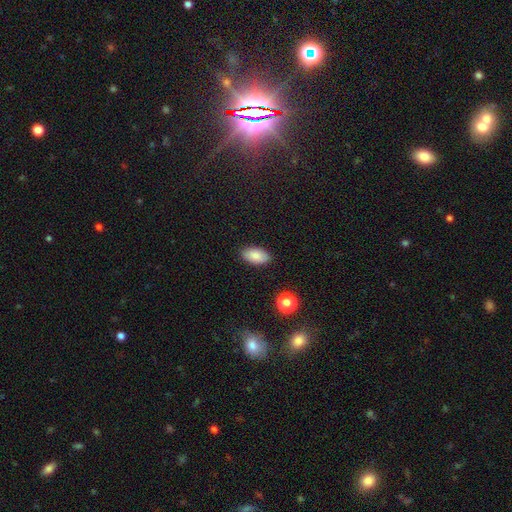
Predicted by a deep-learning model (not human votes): Smooth or featured?
  - smooth: 84% *
  - star or artifact: 8%
  - featured or disk: 8%
How rounded?
  - in between: 93% *
  - round: 4%
  - cigar-shaped: 3%
Merging?
  - none: 87% *
  - minor disturbance: 10%
  - major disturbance: 2%
  - merger: 1%